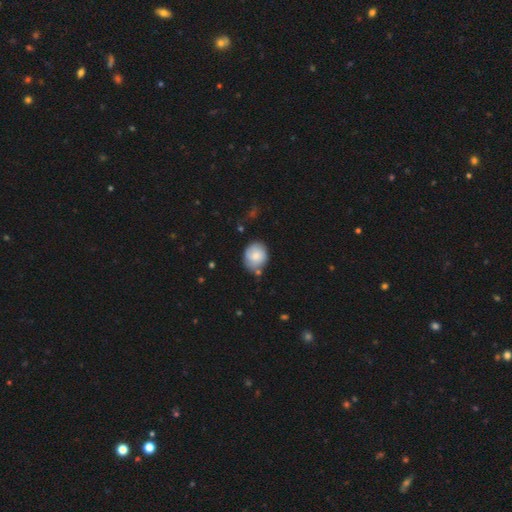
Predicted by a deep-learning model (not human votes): A smooth galaxy with no disk features (76%) that is round (69%). Merging: none (66%).